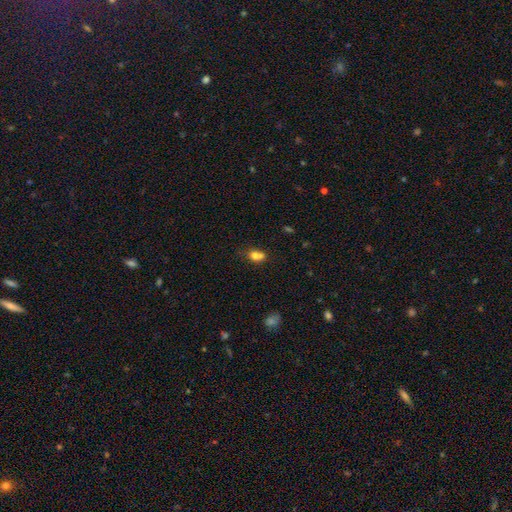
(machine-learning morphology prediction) Smooth or featured? smooth (73%)
How rounded? round (51%)
Merging? merger (49%)